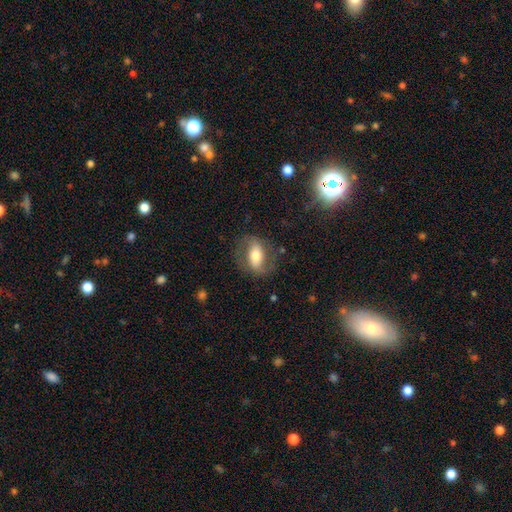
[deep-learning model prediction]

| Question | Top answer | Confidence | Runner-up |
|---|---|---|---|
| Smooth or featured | featured or disk | 52% | smooth (41%) |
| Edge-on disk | no | 88% | yes (12%) |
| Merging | none | 74% | minor disturbance (15%) |